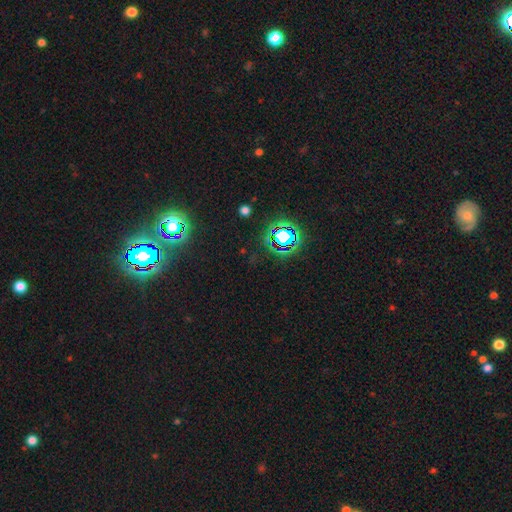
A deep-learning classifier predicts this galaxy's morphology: This appears to be a star or artifact, not a galaxy (80%).